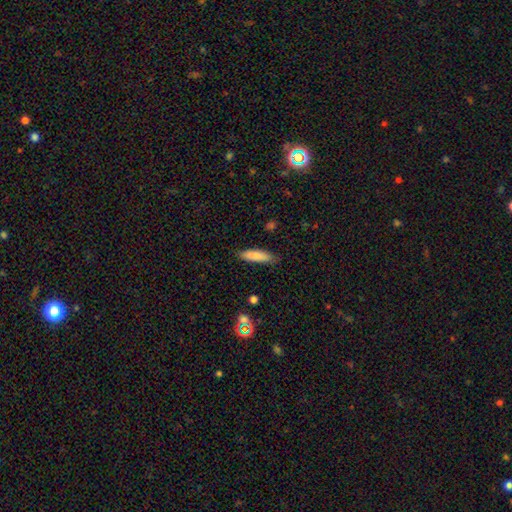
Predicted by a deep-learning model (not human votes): Smooth or featured? smooth (84%)
How rounded? cigar-shaped (63%)
Merging? none (84%)